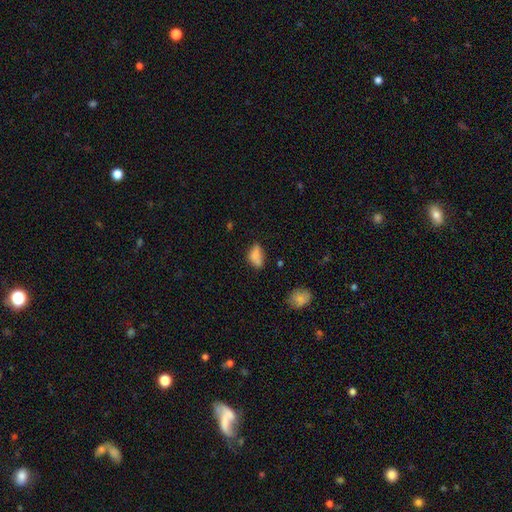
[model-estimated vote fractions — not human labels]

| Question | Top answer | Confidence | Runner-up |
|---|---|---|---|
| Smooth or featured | smooth | 75% | featured or disk (14%) |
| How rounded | in between | 84% | round (8%) |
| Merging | none | 47% | minor disturbance (30%) |